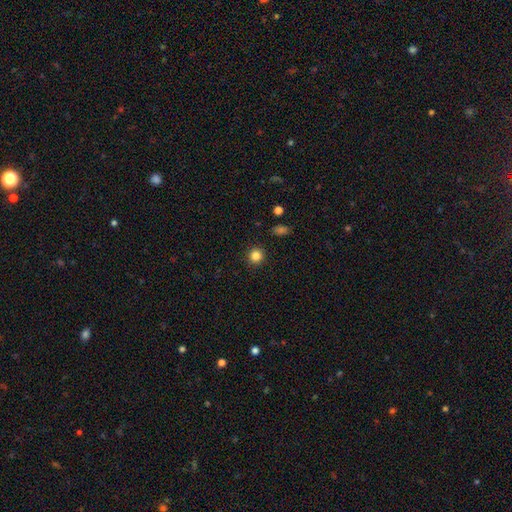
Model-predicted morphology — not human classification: A smooth galaxy with no disk features (84%) that is round (93%).

Vote fractions:
- Smooth or featured? smooth: 84% / star or artifact: 12% / featured or disk: 4%
- How rounded? round: 93% / in between: 6% / cigar-shaped: 1%
- Merging? none: 92% / minor disturbance: 5% / major disturbance: 2% / merger: 1%